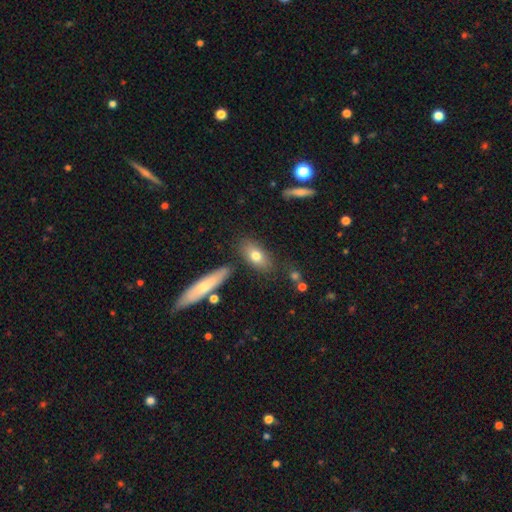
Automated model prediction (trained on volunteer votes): Smooth or featured: smooth — 74% (featured or disk — 19%)
How rounded: in between — 80% (cigar-shaped — 14%)
Merging: none — 75% (minor disturbance — 14%)